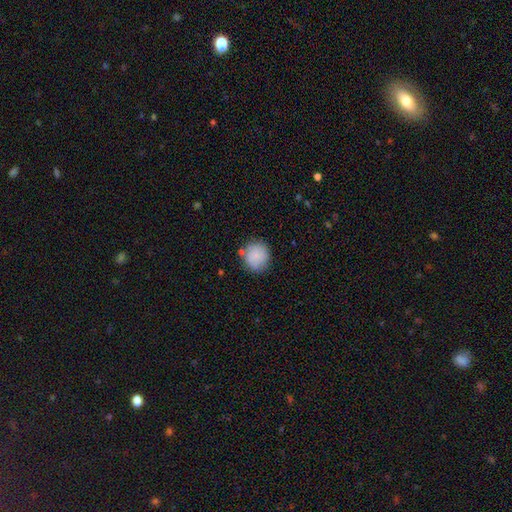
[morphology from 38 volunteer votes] type=smooth (89%); roundness=round (94%); merging=none (89%).